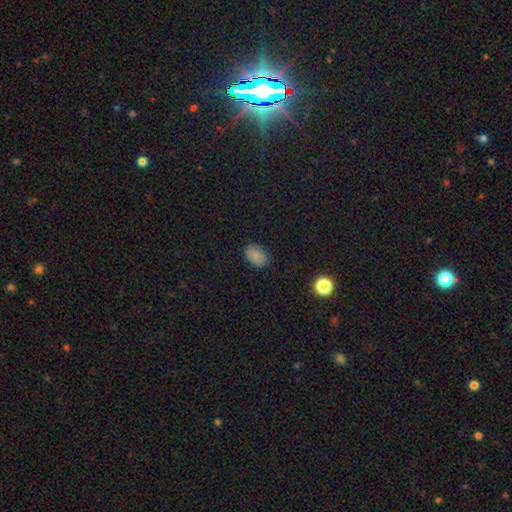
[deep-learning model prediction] smooth 79%, star or artifact 11%, featured or disk 10%. Down the decision tree: how rounded — in between (81%); merging — none (83%).